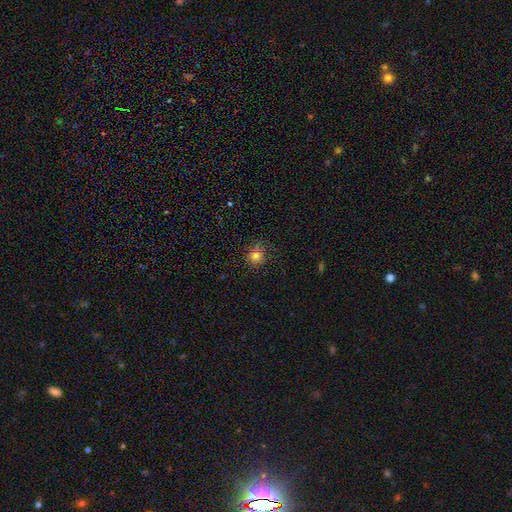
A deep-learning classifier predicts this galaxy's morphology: Smooth or featured? smooth (78%)
How rounded? round (84%)
Merging? none (76%)